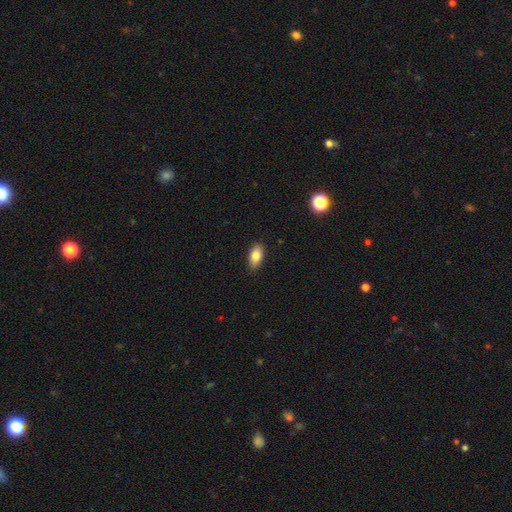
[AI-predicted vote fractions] smooth 84%, featured or disk 9%, star or artifact 7%. Down the decision tree: how rounded — in between (91%); merging — none (88%).